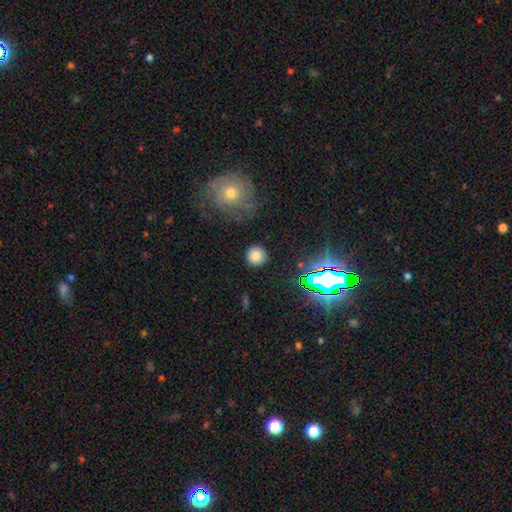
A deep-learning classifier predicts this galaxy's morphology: This is likely a smooth galaxy (79%). How rounded: clearly round (94%). Merging: clearly none (88%).